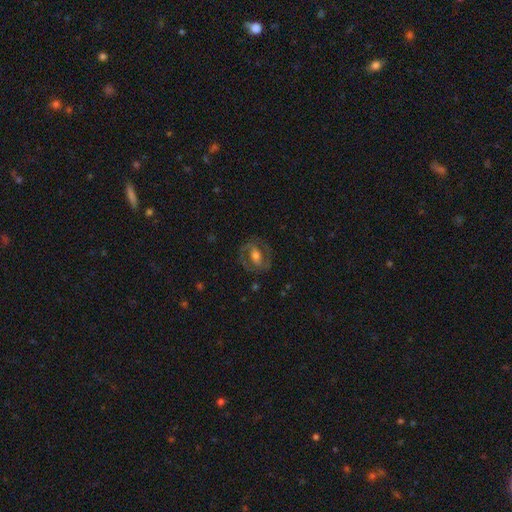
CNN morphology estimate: Q: Smooth or featured?
A: featured or disk (61%); runner-up: smooth (31%)
Q: Edge-on disk?
A: no (94%); runner-up: yes (6%)
Q: Bar?
A: weak (36%); runner-up: no (34%)
Q: Spiral arms?
A: yes (58%); runner-up: no (42%)
Q: Bulge size?
A: moderate (54%); runner-up: large (22%)
Q: Merging?
A: none (75%); runner-up: minor disturbance (14%)